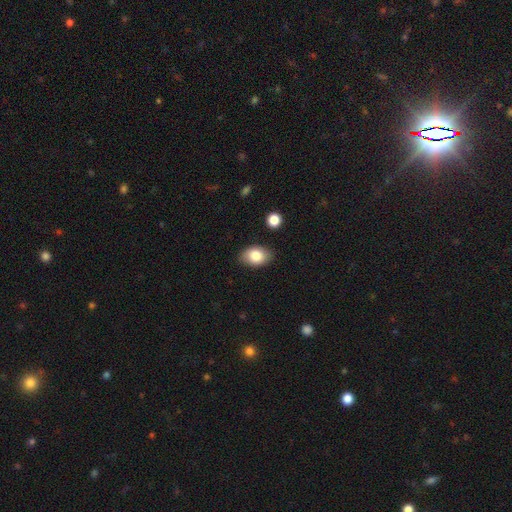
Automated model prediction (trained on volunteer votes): A smooth galaxy with no disk features (83%) that is in between round and cigar-shaped (85%). Merging: none (84%).